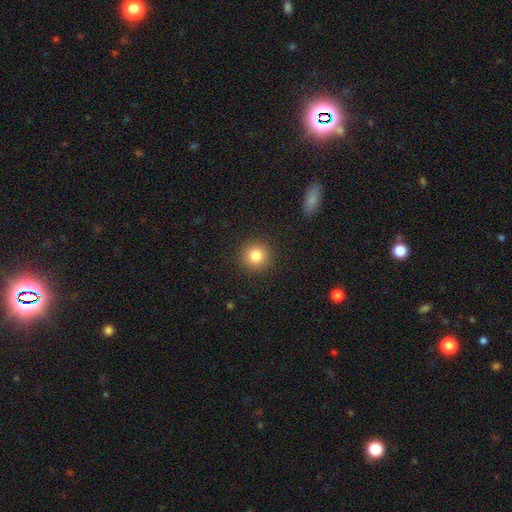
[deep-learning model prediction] Q: Smooth or featured?
A: smooth (82%); runner-up: star or artifact (11%)
Q: How rounded?
A: round (94%); runner-up: in between (5%)
Q: Merging?
A: none (91%); runner-up: minor disturbance (5%)